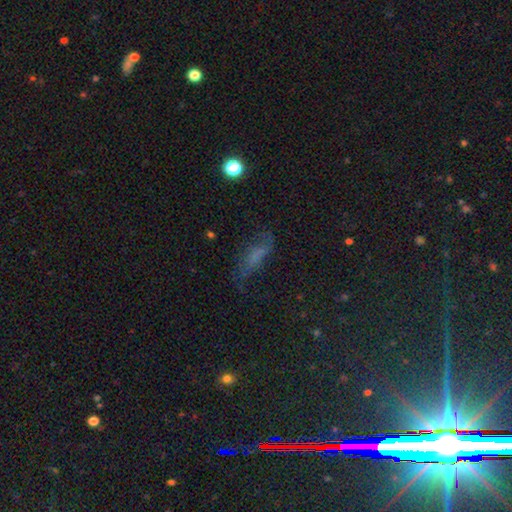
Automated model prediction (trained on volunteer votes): A smooth galaxy with no disk features (43%). Merging: none (57%).